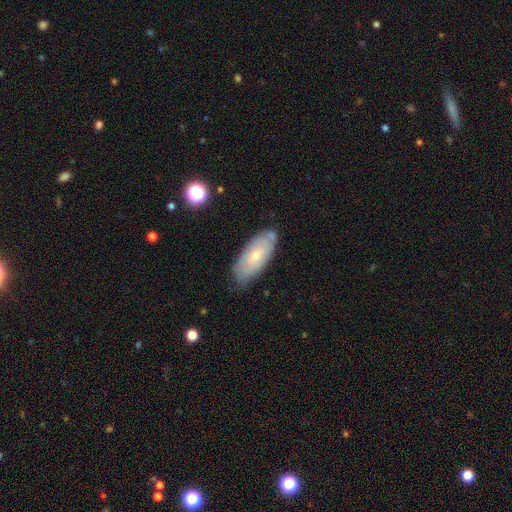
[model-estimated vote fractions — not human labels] Overall: smooth (55%; featured or disk 39%). How rounded: in between (84%). Merging: none (75%).